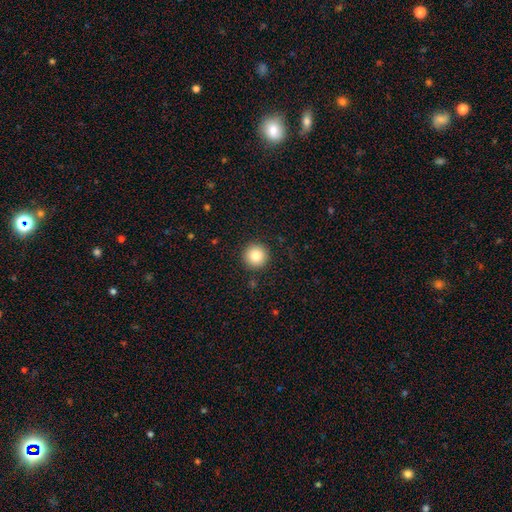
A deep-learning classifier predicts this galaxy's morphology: smooth 83%, star or artifact 10%, featured or disk 7%. Down the decision tree: how rounded — round (96%); merging — none (92%).